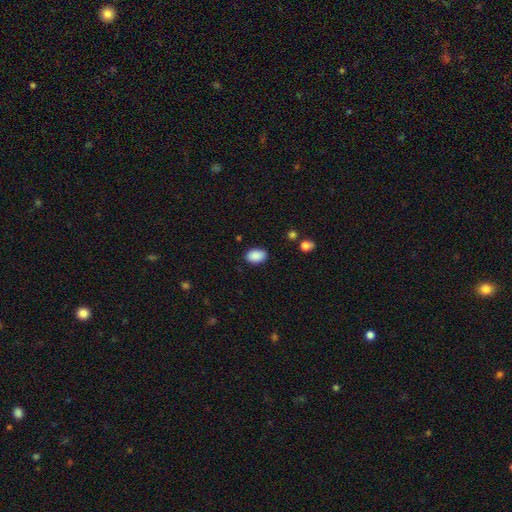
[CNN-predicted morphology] Smooth or featured? smooth (90%)
How rounded? in between (89%)
Merging? none (87%)